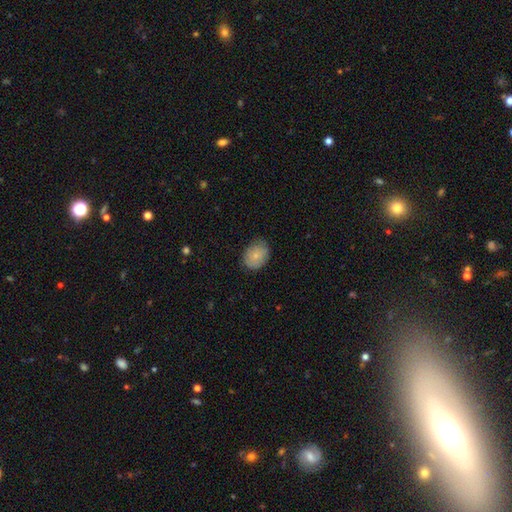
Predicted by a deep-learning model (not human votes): Smooth or featured: smooth — 77% (featured or disk — 16%)
How rounded: in between — 57% (round — 42%)
Merging: none — 76% (minor disturbance — 19%)